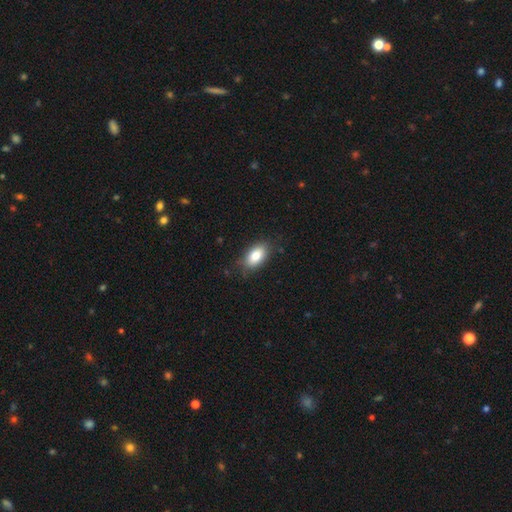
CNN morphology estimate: smooth 83%, featured or disk 10%, star or artifact 7%. Down the decision tree: how rounded — in between (91%); merging — none (81%).